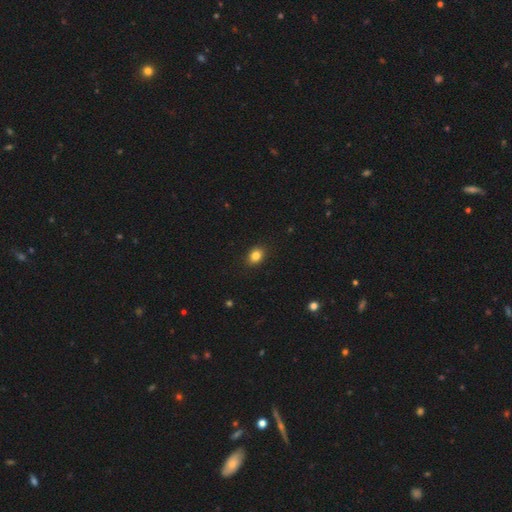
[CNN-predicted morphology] type=smooth (84%); roundness=in between (57%); merging=none (90%).